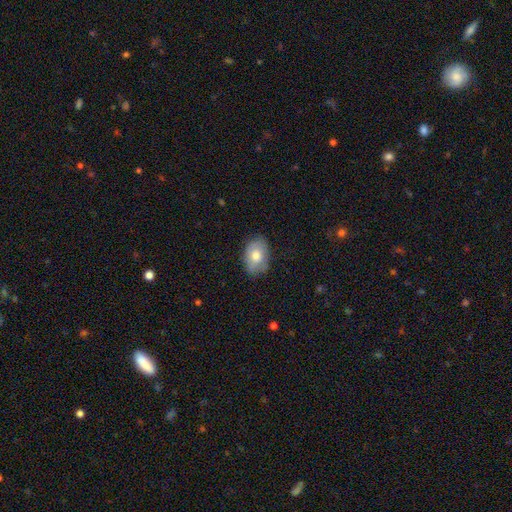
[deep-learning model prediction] Smooth or featured: smooth — 74% (featured or disk — 19%)
How rounded: in between — 85% (round — 14%)
Merging: none — 77% (minor disturbance — 18%)